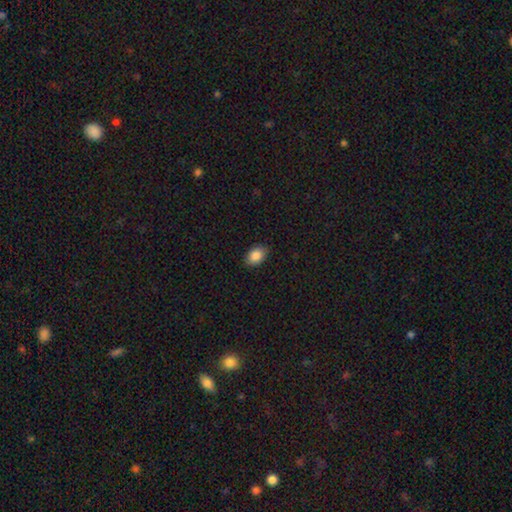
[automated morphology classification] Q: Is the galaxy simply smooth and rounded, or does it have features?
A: smooth — 87%.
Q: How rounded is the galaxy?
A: in between — 85%.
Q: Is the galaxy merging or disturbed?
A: none — 88%.